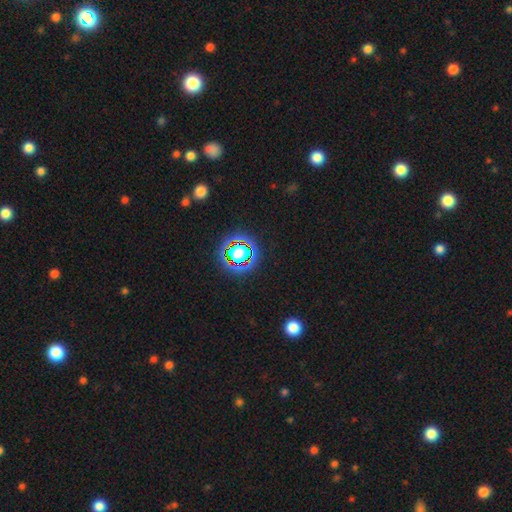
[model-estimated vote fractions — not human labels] A star or artifact, not a galaxy (73%).